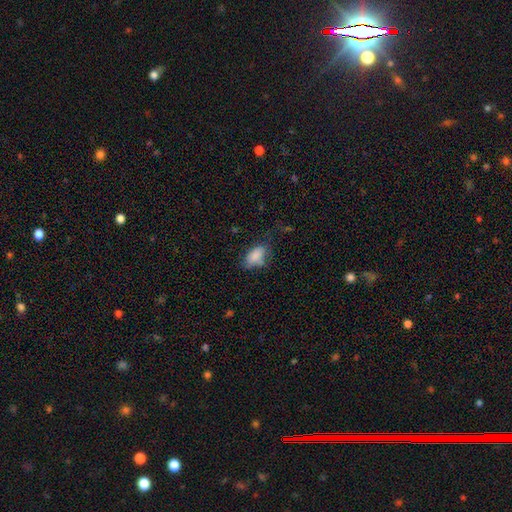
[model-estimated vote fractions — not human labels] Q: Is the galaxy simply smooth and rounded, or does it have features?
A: smooth — 83%.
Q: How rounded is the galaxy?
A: in between — 91%.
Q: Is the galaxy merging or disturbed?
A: none — 50%.